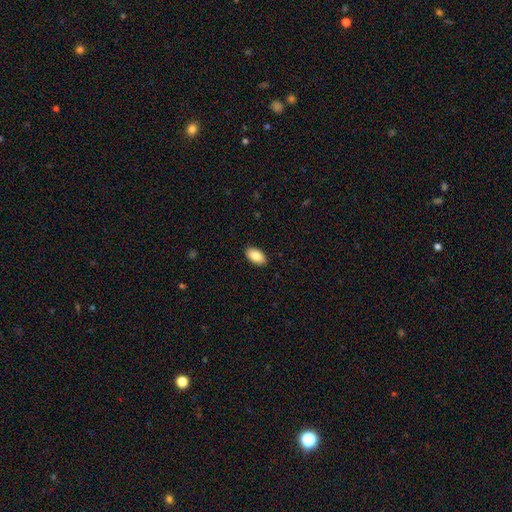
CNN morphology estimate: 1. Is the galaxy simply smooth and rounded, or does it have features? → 87% smooth, 7% star or artifact, 6% featured or disk.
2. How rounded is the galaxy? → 94% in between, 4% round, 2% cigar-shaped.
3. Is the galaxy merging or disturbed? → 90% none, 7% minor disturbance, 2% major disturbance, 1% merger.